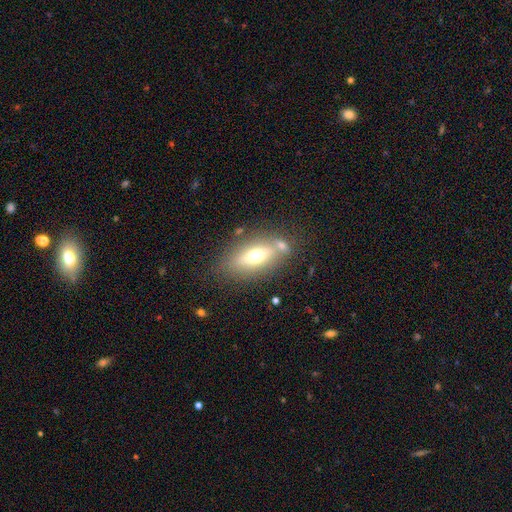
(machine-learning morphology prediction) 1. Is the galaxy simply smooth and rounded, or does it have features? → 58% smooth, 33% featured or disk, 10% star or artifact.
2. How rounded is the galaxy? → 76% in between, 18% cigar-shaped, 6% round.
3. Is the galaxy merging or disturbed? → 64% none, 17% merger, 14% minor disturbance, 5% major disturbance.